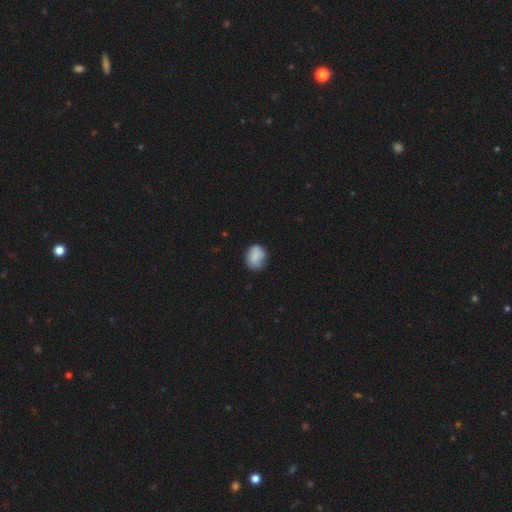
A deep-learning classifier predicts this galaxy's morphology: Q: Smooth or featured?
A: smooth (79%); runner-up: featured or disk (14%)
Q: How rounded?
A: round (53%); runner-up: in between (45%)
Q: Merging?
A: none (71%); runner-up: minor disturbance (22%)